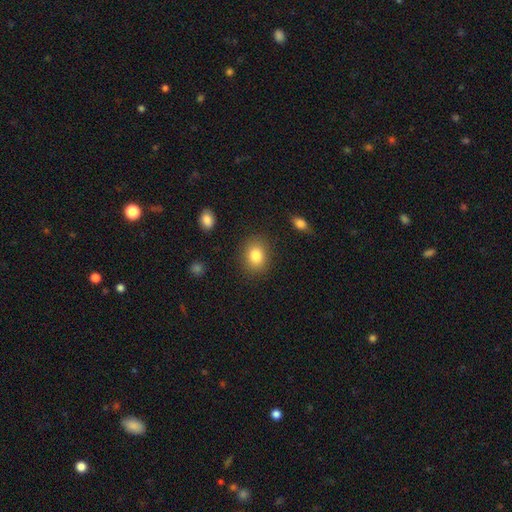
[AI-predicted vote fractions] Smooth or featured? smooth (84%)
How rounded? in between (51%)
Merging? none (85%)